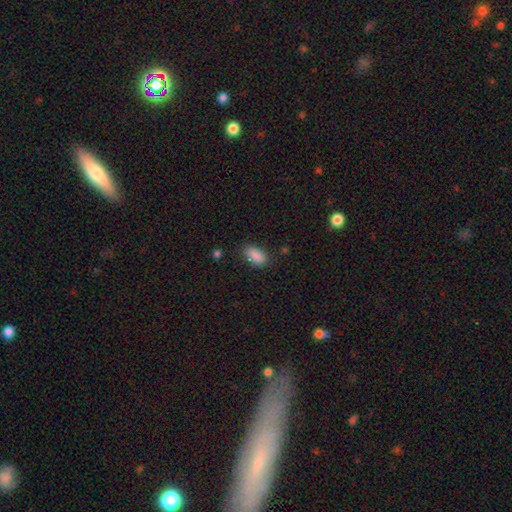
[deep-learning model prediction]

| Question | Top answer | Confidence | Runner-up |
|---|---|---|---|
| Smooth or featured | smooth | 89% | star or artifact (8%) |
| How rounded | in between | 92% | round (4%) |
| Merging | none | 81% | minor disturbance (14%) |